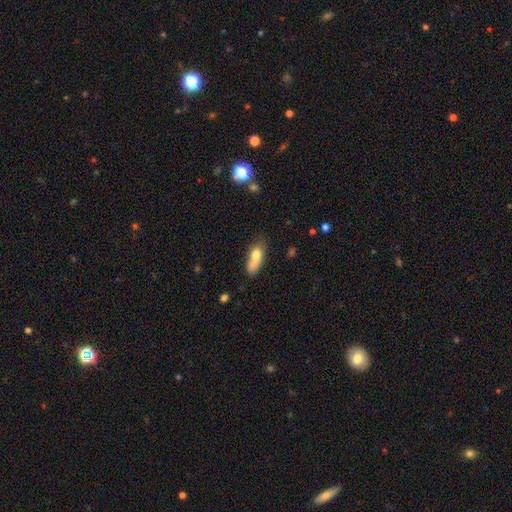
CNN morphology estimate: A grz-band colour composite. It shows a smooth galaxy with no disk features (71%) that is in between round and cigar-shaped (72%). Merging: none (35%).